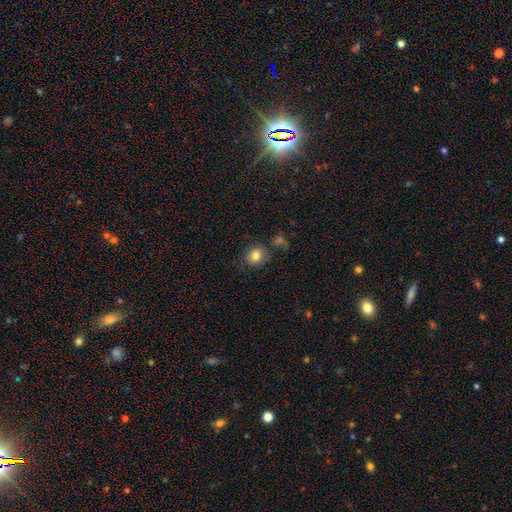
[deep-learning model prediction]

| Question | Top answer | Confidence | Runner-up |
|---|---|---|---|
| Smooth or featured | smooth | 82% | star or artifact (10%) |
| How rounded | round | 75% | in between (24%) |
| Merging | none | 76% | minor disturbance (13%) |